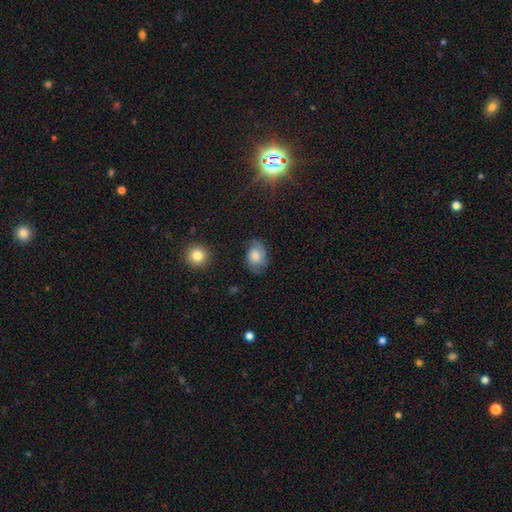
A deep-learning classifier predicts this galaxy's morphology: Smooth or featured: smooth — 61% (featured or disk — 30%)
How rounded: in between — 74% (round — 24%)
Merging: none — 66% (minor disturbance — 24%)